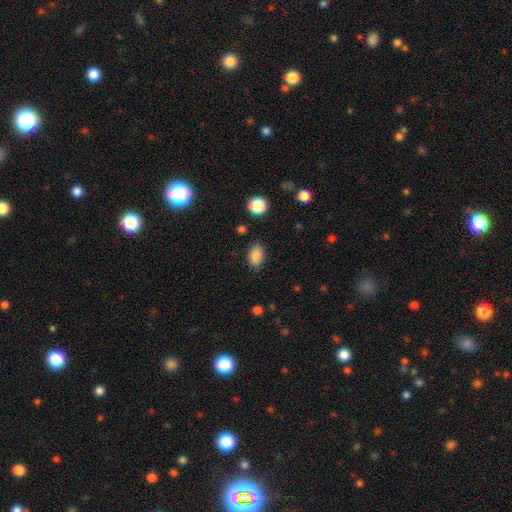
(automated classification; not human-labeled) Smooth or featured?
  - smooth: 87% *
  - star or artifact: 9%
  - featured or disk: 4%
How rounded?
  - in between: 83% *
  - round: 15%
  - cigar-shaped: 1%
Merging?
  - none: 83% *
  - minor disturbance: 12%
  - major disturbance: 3%
  - merger: 2%